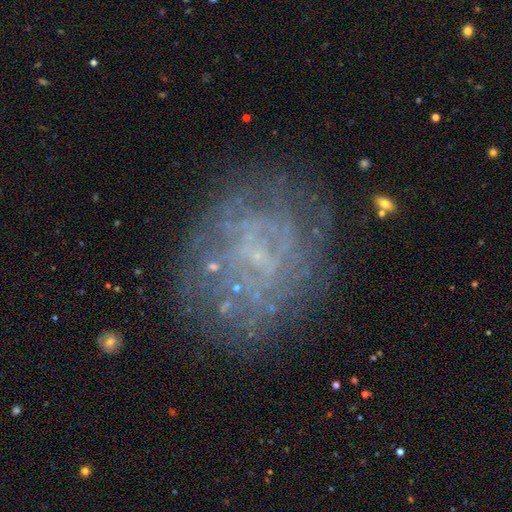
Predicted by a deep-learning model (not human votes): Morphology: type=featured or disk (62%); edge-on=no (98%); bar=no (72%); spiral arms=no (62%); bulge=none (49%); merging=none (68%).